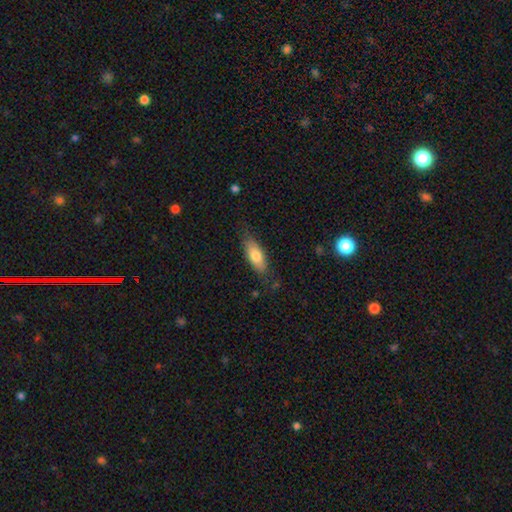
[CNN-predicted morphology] Smooth or featured? Predicted: smooth (p=0.75). How rounded? Predicted: in between (p=0.72). Merging? Predicted: none (p=0.76).